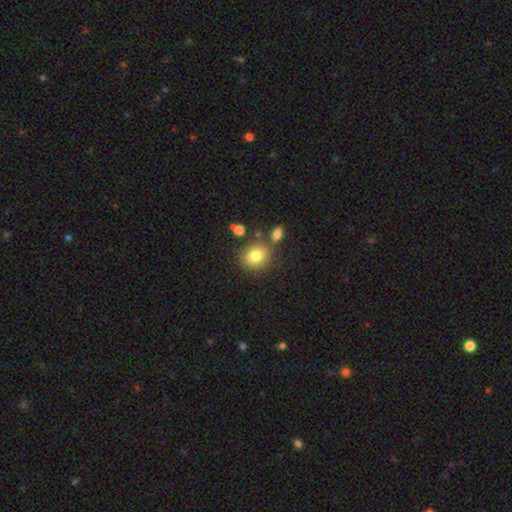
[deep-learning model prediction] Smooth or featured? smooth (80%)
How rounded? round (68%)
Merging? none (72%)